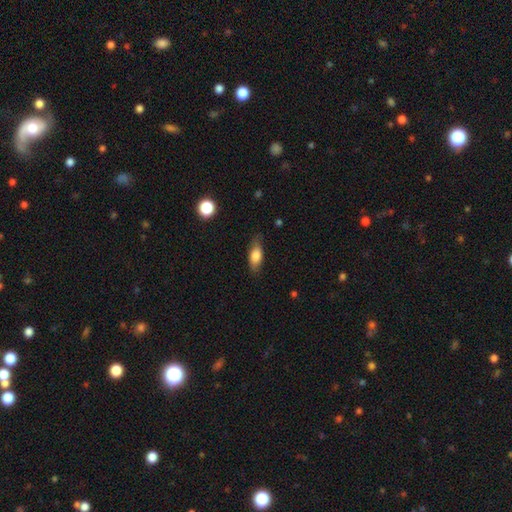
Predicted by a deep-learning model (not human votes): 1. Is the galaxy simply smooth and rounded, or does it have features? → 76% smooth, 17% featured or disk, 7% star or artifact.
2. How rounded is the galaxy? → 77% in between, 19% cigar-shaped, 4% round.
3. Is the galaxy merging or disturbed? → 75% none, 19% minor disturbance, 5% major disturbance, 1% merger.